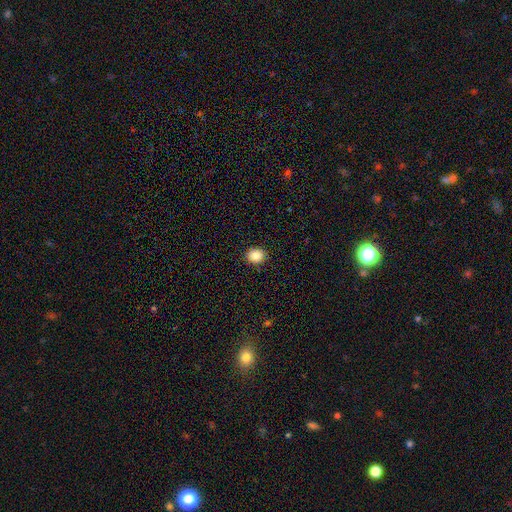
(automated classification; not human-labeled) Smooth or featured? smooth (87%)
How rounded? round (66%)
Merging? none (91%)